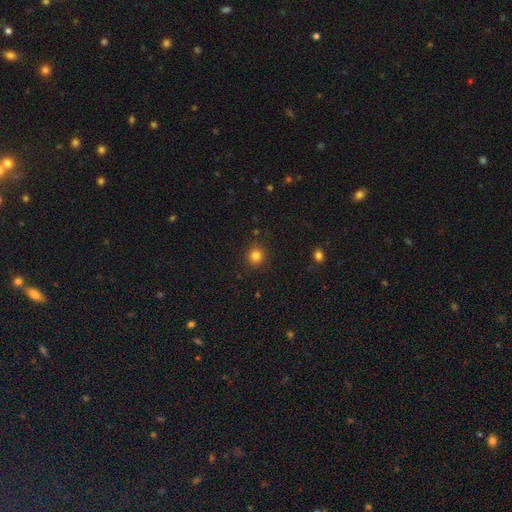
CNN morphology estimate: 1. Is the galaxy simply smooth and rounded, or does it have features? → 83% smooth, 12% star or artifact, 5% featured or disk.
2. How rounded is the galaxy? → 90% round, 9% in between, 1% cigar-shaped.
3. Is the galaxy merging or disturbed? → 89% none, 7% minor disturbance, 2% major disturbance, 1% merger.